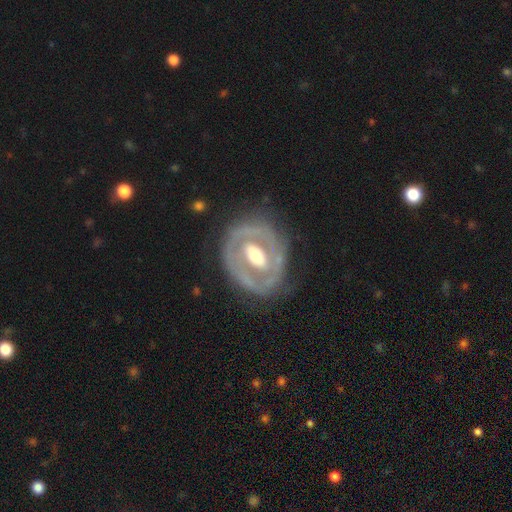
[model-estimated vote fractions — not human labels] featured or disk 77%, smooth 18%, star or artifact 5%. Down the decision tree: edge-on disk — no (96%); bar — no (38%); spiral arms — no (59%); bulge size — moderate (67%); merging — none (69%).